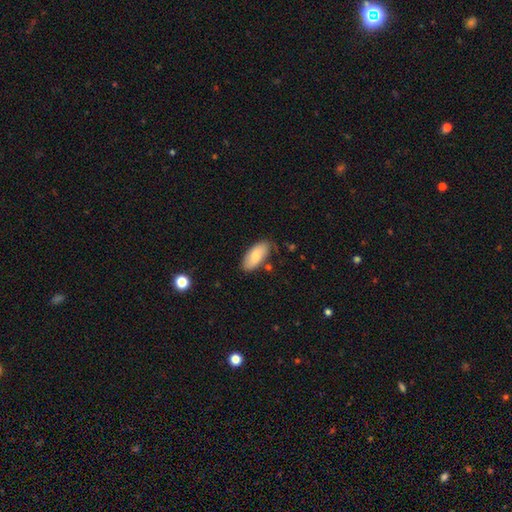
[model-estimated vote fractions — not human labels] A smooth galaxy with no disk features (80%) that is in between round and cigar-shaped (90%).

Vote fractions:
- Smooth or featured? smooth: 80% / featured or disk: 14% / star or artifact: 6%
- How rounded? in between: 90% / cigar-shaped: 9% / round: 2%
- Merging? none: 74% / minor disturbance: 19% / merger: 4% / major disturbance: 3%